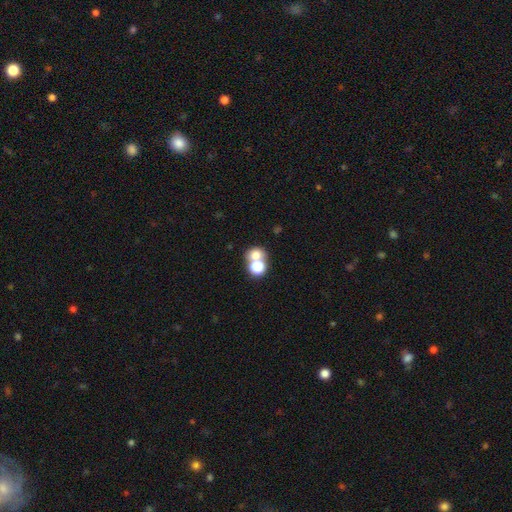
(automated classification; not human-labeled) smooth-or-featured: smooth: 71% | star or artifact: 17% | featured or disk: 12%
  how-rounded: round: 69% | in between: 30% | cigar-shaped: 1%
  merging: merger: 51% | none: 39% | minor disturbance: 6% | major disturbance: 4%